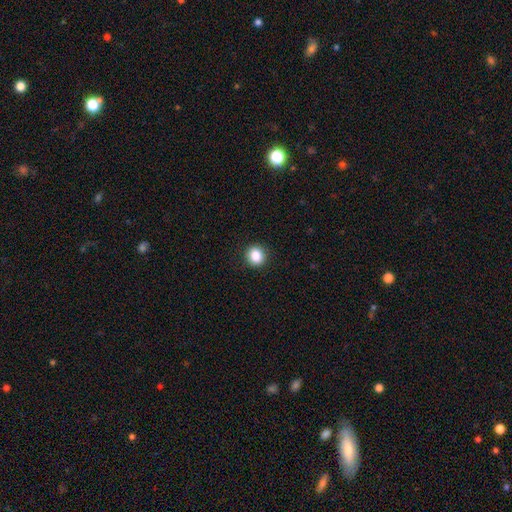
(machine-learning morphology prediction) Smooth or featured? smooth (86%)
How rounded? round (85%)
Merging? none (91%)